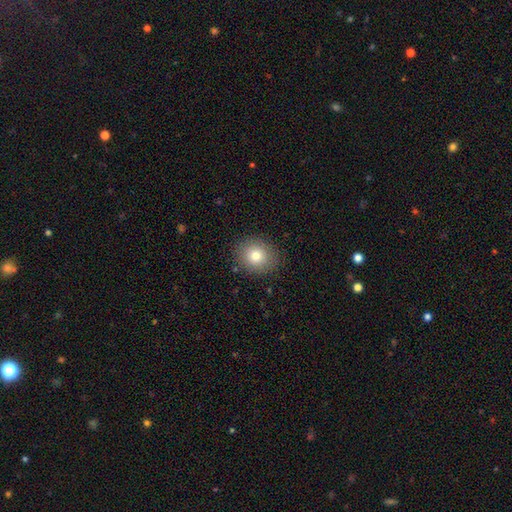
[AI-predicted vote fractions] smooth-or-featured: smooth: 79% | star or artifact: 11% | featured or disk: 10%
  how-rounded: round: 73% | in between: 26% | cigar-shaped: 1%
  merging: none: 87% | minor disturbance: 9% | major disturbance: 3% | merger: 1%